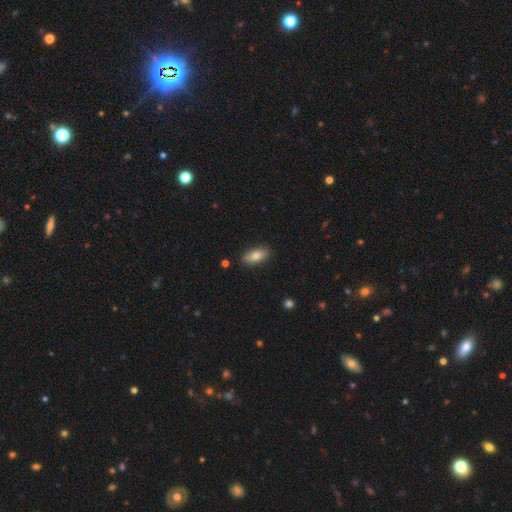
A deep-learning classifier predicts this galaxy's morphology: Smooth or featured? smooth (80%)
How rounded? in between (86%)
Merging? none (87%)